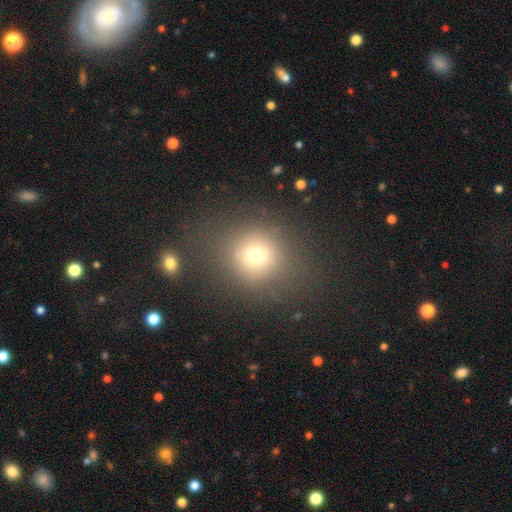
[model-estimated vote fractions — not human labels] Overall: smooth (70%). How rounded: round (86%). Merging: none (76%).